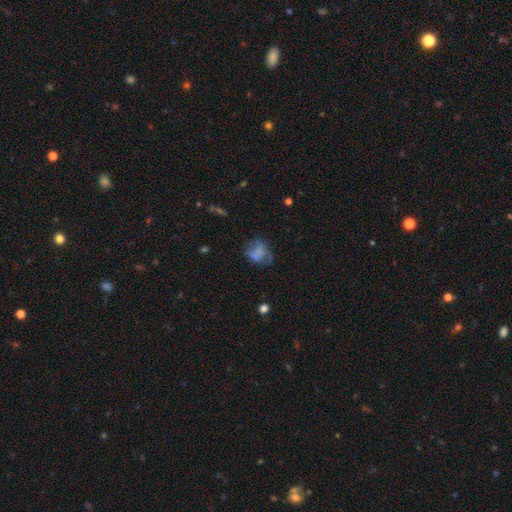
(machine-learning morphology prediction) A smooth galaxy with no disk features (43%).

Vote fractions:
- Smooth or featured? smooth: 43% / featured or disk: 37% / star or artifact: 20%
- Merging? none: 50% / minor disturbance: 23% / major disturbance: 20% / merger: 7%